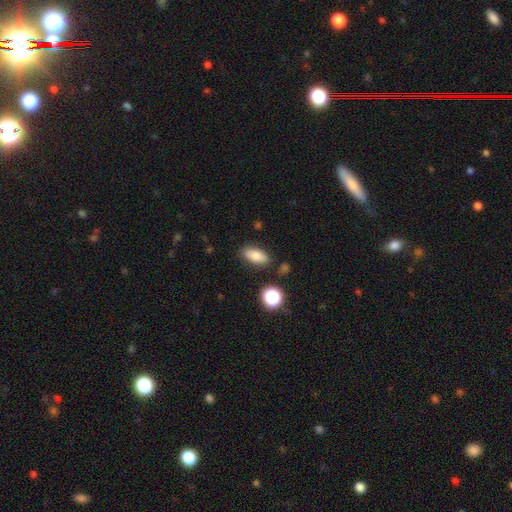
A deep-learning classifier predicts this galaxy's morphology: smooth-or-featured: smooth: 78% | featured or disk: 12% | star or artifact: 10%
  how-rounded: in between: 83% | cigar-shaped: 10% | round: 6%
  merging: none: 83% | minor disturbance: 11% | merger: 3% | major disturbance: 3%